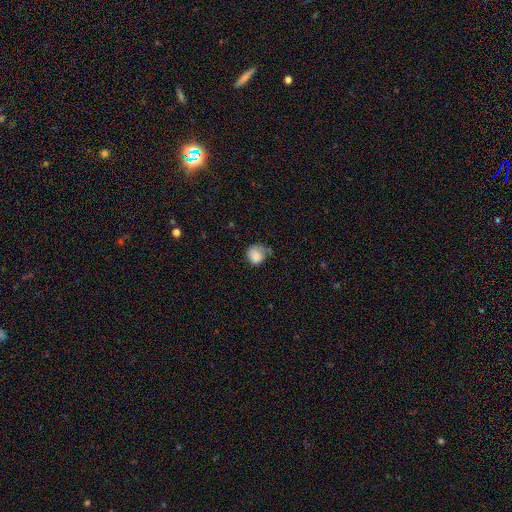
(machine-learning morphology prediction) smooth-or-featured: smooth: 81% | featured or disk: 11% | star or artifact: 8%
  how-rounded: round: 77% | in between: 22% | cigar-shaped: 1%
  merging: none: 41% | minor disturbance: 34% | major disturbance: 20% | merger: 4%